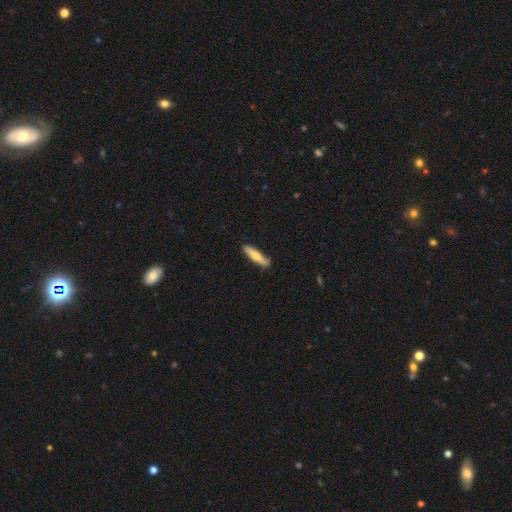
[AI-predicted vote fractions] A smooth galaxy with no disk features (67%) that is cigar-shaped (84%). Merging: none (85%).